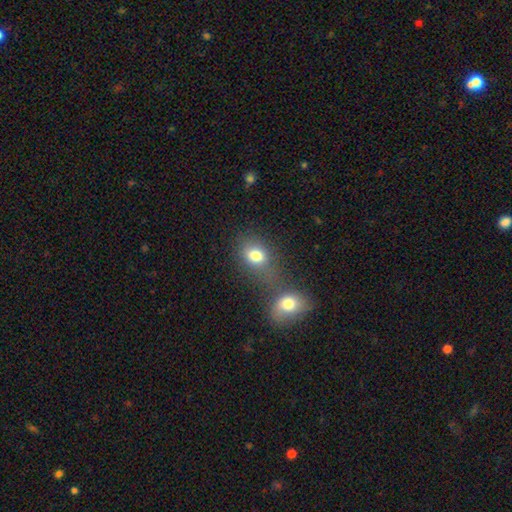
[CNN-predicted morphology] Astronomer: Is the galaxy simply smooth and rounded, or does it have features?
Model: smooth — 77%.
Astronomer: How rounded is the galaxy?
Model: in between — 56% (runner-up: round, 42%).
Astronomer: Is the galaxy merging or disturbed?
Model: none — 43% (runner-up: merger, 40%).